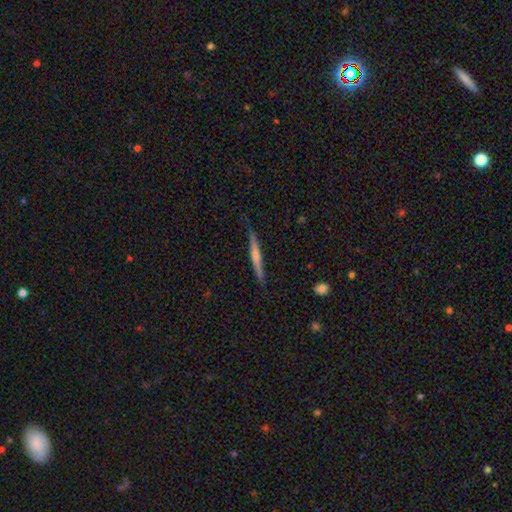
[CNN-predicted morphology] type=featured or disk (53%); edge-on=yes (97%); edge-on bulge=none (42%, tied with rounded); merging=none (85%).